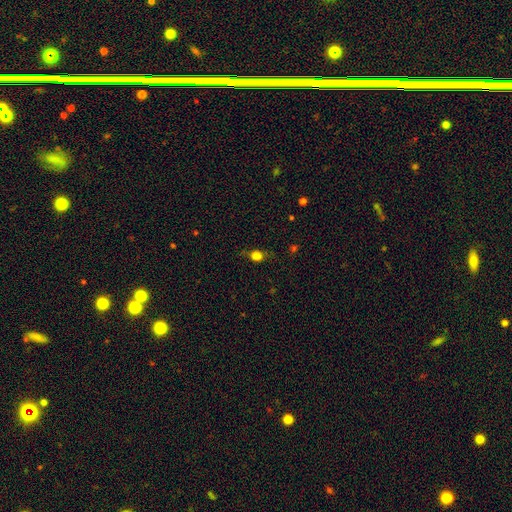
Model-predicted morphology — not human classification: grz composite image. It shows a smooth galaxy with no disk features (75%) that is round (53%). Merging: none (67%).